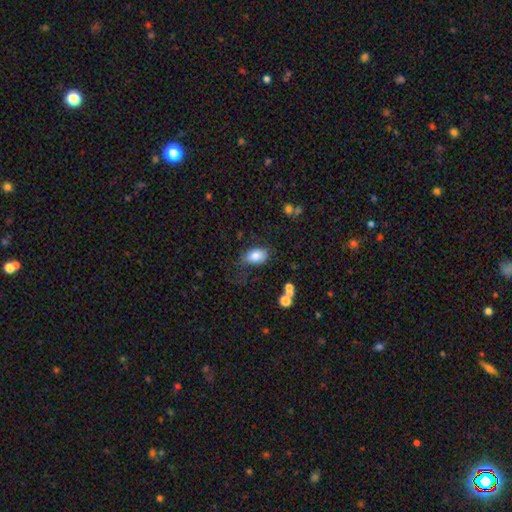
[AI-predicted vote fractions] Smooth or featured? Predicted: smooth (p=0.82). How rounded? Predicted: in between (p=0.90). Merging? Predicted: none (p=0.61).